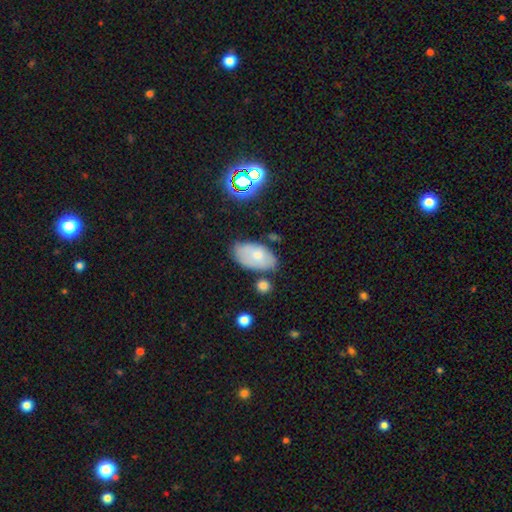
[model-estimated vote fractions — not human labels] Smooth or featured?
  - smooth: 66% *
  - featured or disk: 25%
  - star or artifact: 9%
How rounded?
  - in between: 93% *
  - round: 5%
  - cigar-shaped: 2%
Merging?
  - none: 61% *
  - minor disturbance: 25%
  - merger: 8%
  - major disturbance: 6%